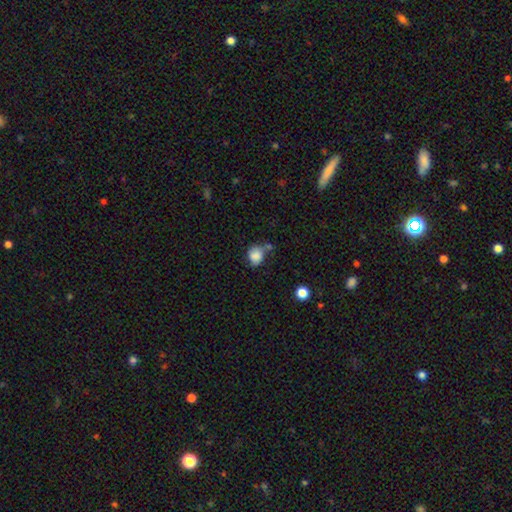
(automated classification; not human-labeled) Smooth or featured?
  - smooth: 81% *
  - featured or disk: 10%
  - star or artifact: 9%
How rounded?
  - round: 66% *
  - in between: 33%
  - cigar-shaped: 1%
Merging?
  - none: 44% *
  - minor disturbance: 26%
  - merger: 19%
  - major disturbance: 11%